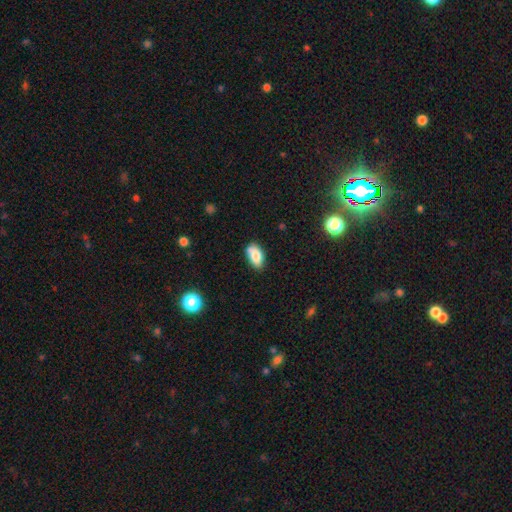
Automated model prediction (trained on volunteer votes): Morphology: type=smooth (79%); roundness=in between (91%); merging=none (62%).